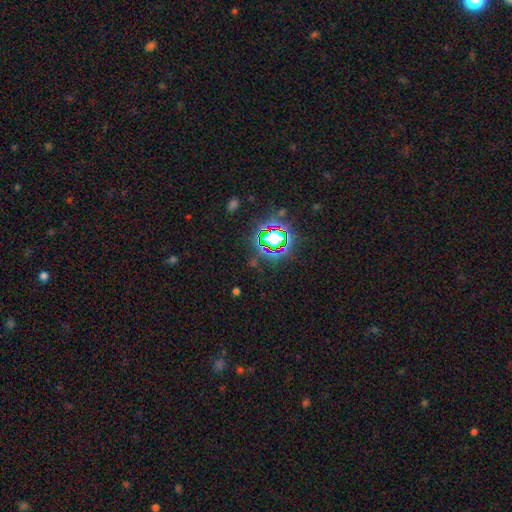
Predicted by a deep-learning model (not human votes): The model was most divided on "smooth or featured": star or artifact: 76%, smooth: 15%, featured or disk: 8%.